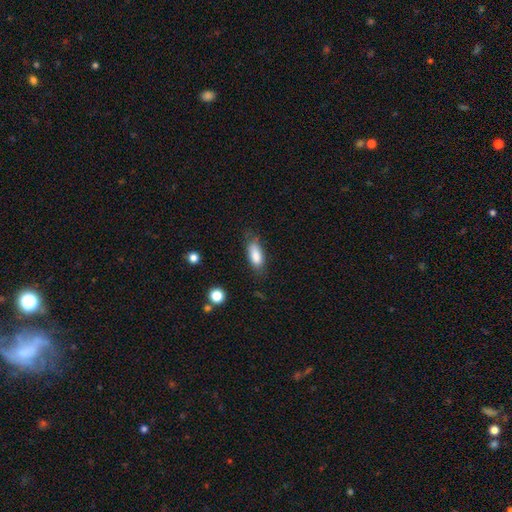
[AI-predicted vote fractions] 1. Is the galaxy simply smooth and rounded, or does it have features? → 83% smooth, 9% featured or disk, 7% star or artifact.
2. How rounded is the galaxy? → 78% in between, 20% cigar-shaped, 3% round.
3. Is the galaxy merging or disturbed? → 68% none, 23% minor disturbance, 7% major disturbance, 2% merger.